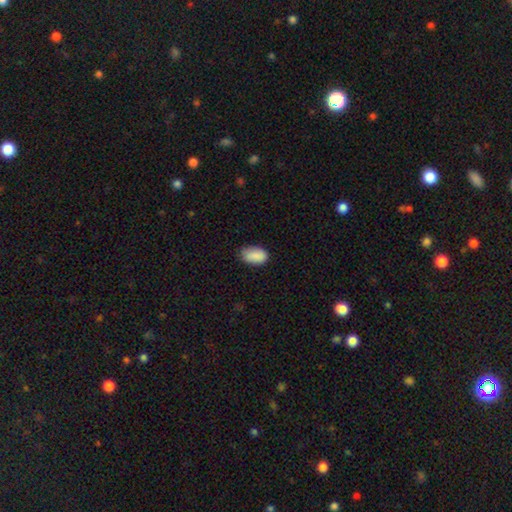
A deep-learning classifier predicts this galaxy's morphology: Smooth or featured: smooth — 89% (star or artifact — 7%)
How rounded: in between — 92% (round — 6%)
Merging: none — 68% (minor disturbance — 27%)